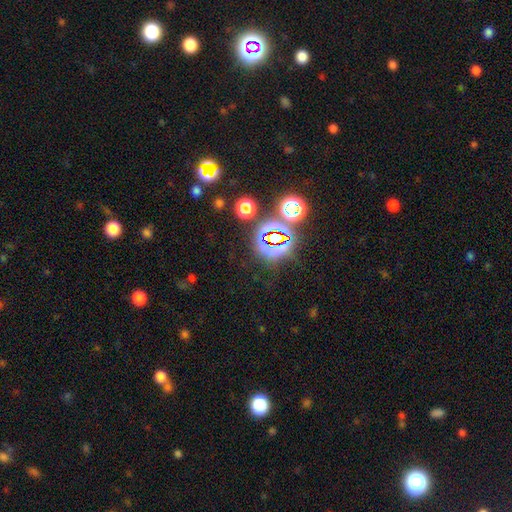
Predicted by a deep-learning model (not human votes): Smooth or featured?
  - star or artifact: 77% *
  - smooth: 15%
  - featured or disk: 8%